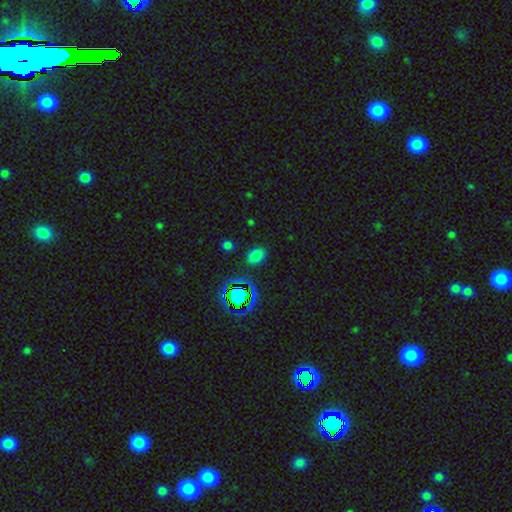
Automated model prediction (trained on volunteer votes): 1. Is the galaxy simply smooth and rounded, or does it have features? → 70% smooth, 24% star or artifact, 5% featured or disk.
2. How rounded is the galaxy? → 72% in between, 27% round, 2% cigar-shaped.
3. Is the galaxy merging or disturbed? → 84% none, 10% minor disturbance, 3% major disturbance, 2% merger.